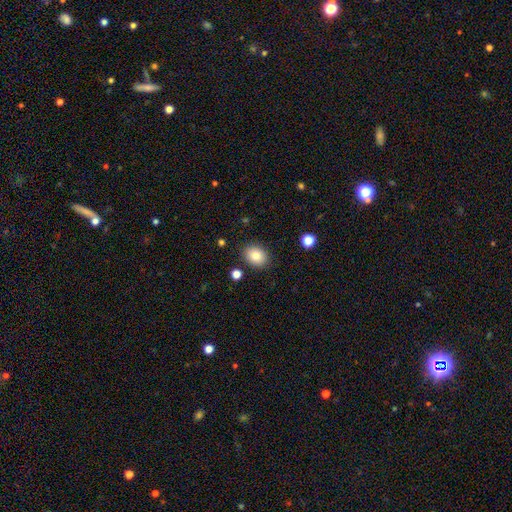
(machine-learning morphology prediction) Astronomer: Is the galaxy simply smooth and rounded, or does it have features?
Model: smooth — 85%.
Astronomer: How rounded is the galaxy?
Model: in between — 59% (runner-up: round, 40%).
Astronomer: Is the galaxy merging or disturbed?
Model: none — 87%.